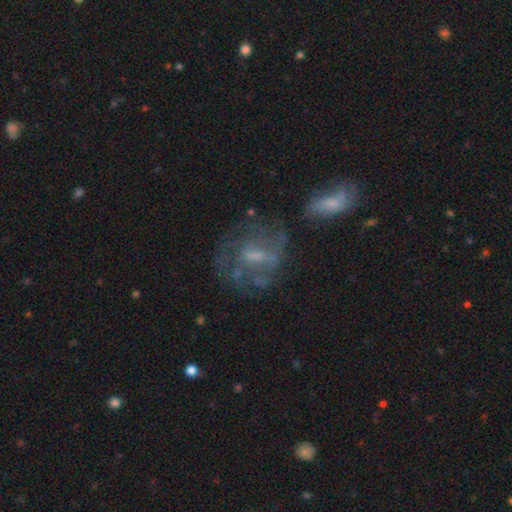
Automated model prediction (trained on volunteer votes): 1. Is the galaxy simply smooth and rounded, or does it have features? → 60% featured or disk, 25% smooth, 14% star or artifact.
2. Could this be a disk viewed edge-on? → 94% no, 6% yes.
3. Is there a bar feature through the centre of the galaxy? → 44% weak, 38% no, 18% strong.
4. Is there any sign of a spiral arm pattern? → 55% no, 45% yes.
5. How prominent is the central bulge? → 43% small, 29% moderate, 24% none, 3% large, 1% dominant.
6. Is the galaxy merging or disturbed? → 49% none, 22% major disturbance, 19% minor disturbance, 9% merger.